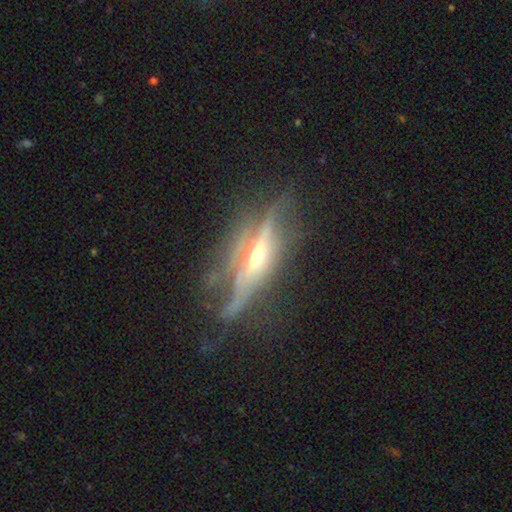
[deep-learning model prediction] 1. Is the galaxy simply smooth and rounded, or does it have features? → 79% featured or disk, 12% smooth, 8% star or artifact.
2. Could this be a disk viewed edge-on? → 83% yes, 17% no.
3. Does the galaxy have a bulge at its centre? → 86% rounded, 7% boxy, 6% none.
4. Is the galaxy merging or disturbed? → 59% none, 21% minor disturbance, 17% major disturbance, 3% merger.